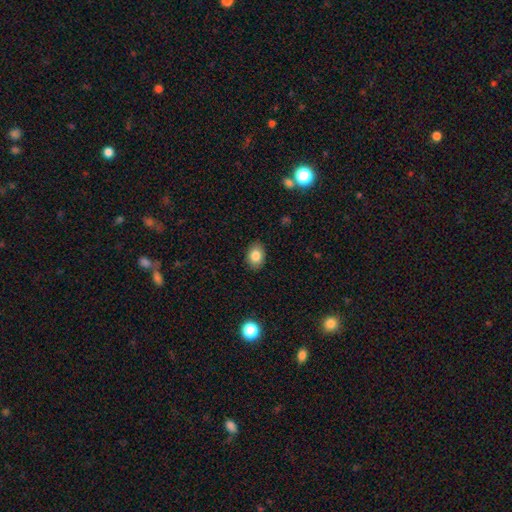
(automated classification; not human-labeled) Smooth or featured? smooth (84%)
How rounded? in between (70%)
Merging? none (88%)